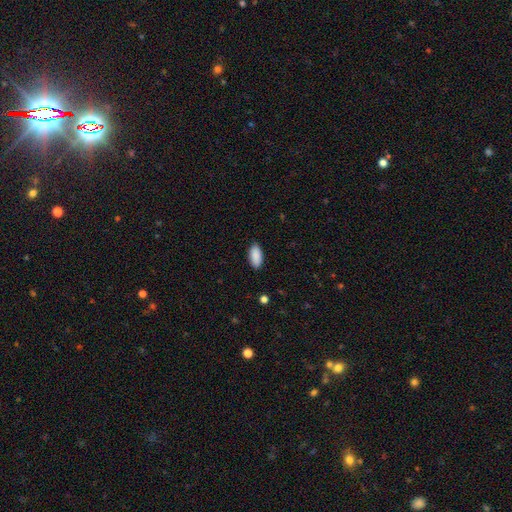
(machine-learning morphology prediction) smooth 90%, star or artifact 6%, featured or disk 4%. Down the decision tree: how rounded — in between (91%); merging — none (88%).